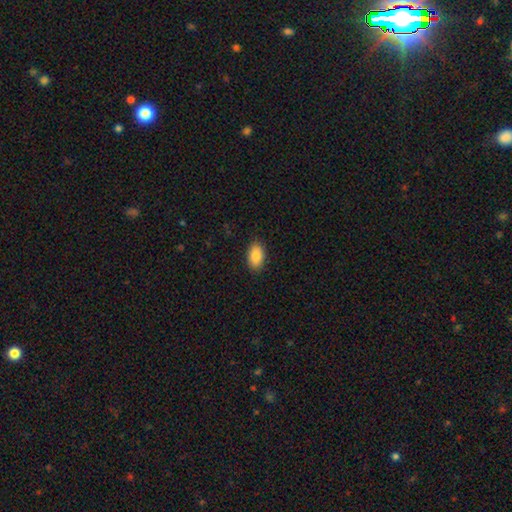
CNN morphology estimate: A smooth galaxy with no disk features (87%) that is in between round and cigar-shaped (92%).

Vote fractions:
- Smooth or featured? smooth: 87% / star or artifact: 7% / featured or disk: 6%
- How rounded? in between: 92% / round: 6% / cigar-shaped: 1%
- Merging? none: 88% / minor disturbance: 9% / major disturbance: 2% / merger: 1%